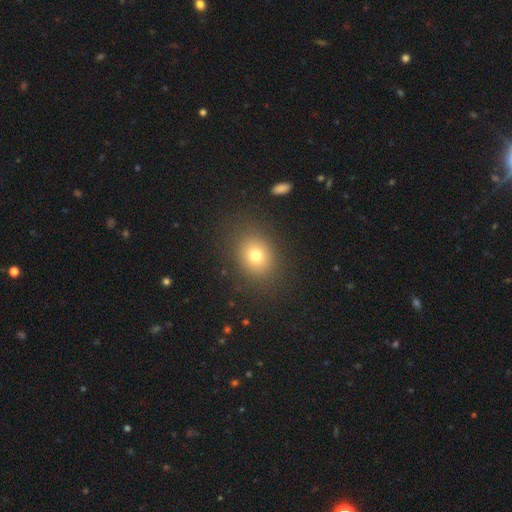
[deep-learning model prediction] Smooth or featured? smooth (74%)
How rounded? round (54%)
Merging? none (84%)